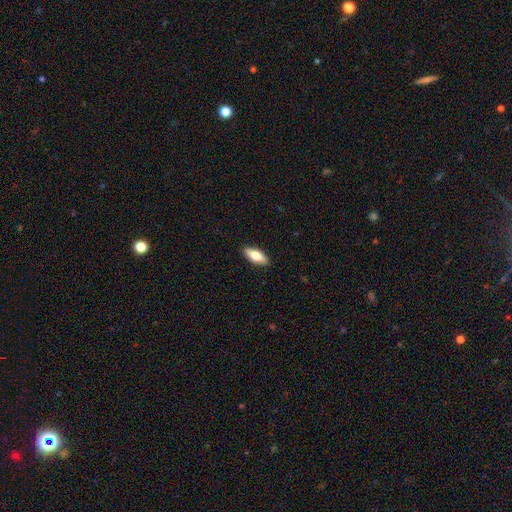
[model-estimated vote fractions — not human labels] Smooth or featured?
  - smooth: 69% *
  - featured or disk: 25%
  - star or artifact: 6%
How rounded?
  - in between: 75% *
  - cigar-shaped: 22%
  - round: 3%
Merging?
  - none: 90% *
  - minor disturbance: 8%
  - major disturbance: 2%
  - merger: 1%